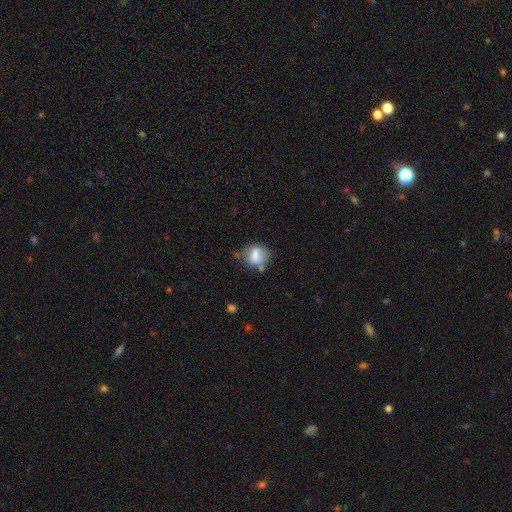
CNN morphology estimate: Smooth or featured?
  - smooth: 72% *
  - featured or disk: 19%
  - star or artifact: 9%
How rounded?
  - round: 56% *
  - in between: 42%
  - cigar-shaped: 3%
Merging?
  - none: 52% *
  - minor disturbance: 25%
  - merger: 13%
  - major disturbance: 10%